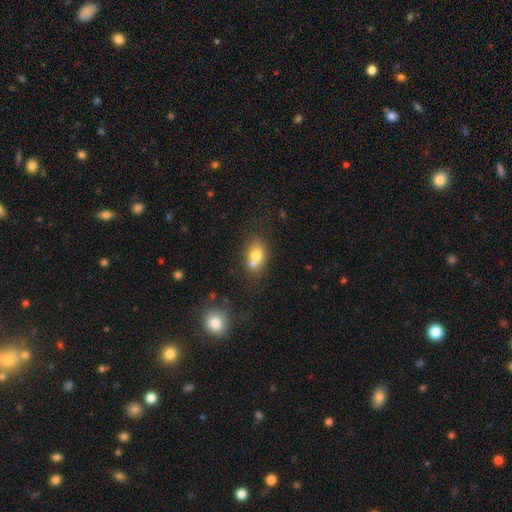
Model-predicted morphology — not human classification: Smooth or featured? Predicted: smooth (p=0.70). How rounded? Predicted: in between (p=0.65). Merging? Predicted: merger (p=0.46).